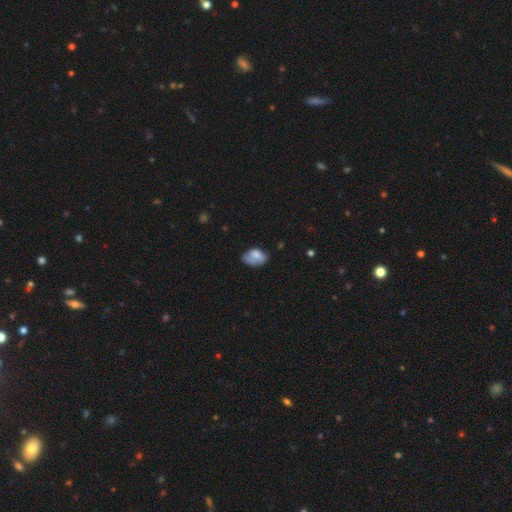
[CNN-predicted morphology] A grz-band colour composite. It shows a smooth galaxy with no disk features (70%) that is in between round and cigar-shaped (85%). Merging: none (40%).